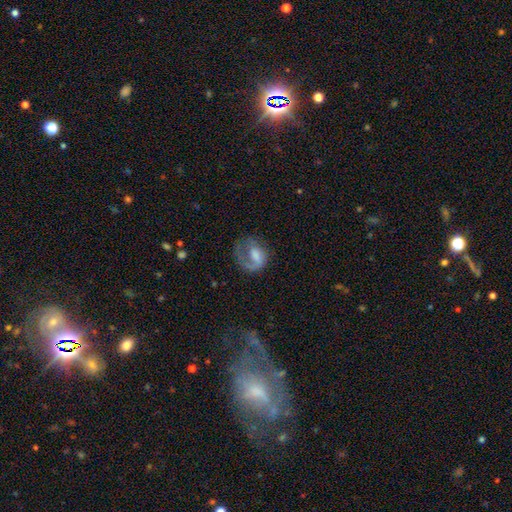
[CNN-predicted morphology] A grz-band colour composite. It shows a featured or disk galaxy (53%) with no bar (53%), spiral arms (73%) and a moderate central bulge (36%). Merging: none (40%).